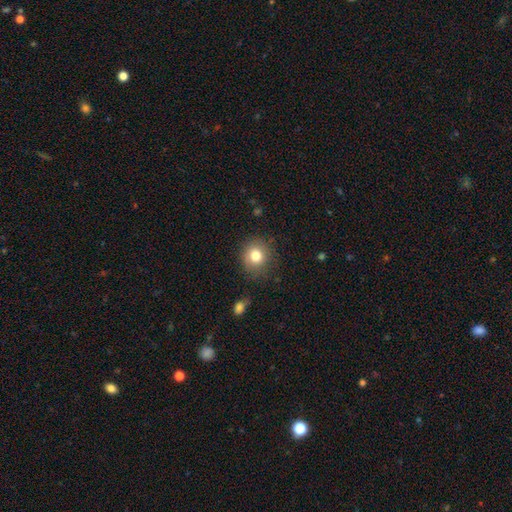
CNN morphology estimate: Q: Smooth or featured?
A: smooth (80%); runner-up: star or artifact (11%)
Q: How rounded?
A: round (86%); runner-up: in between (13%)
Q: Merging?
A: none (83%); runner-up: minor disturbance (11%)